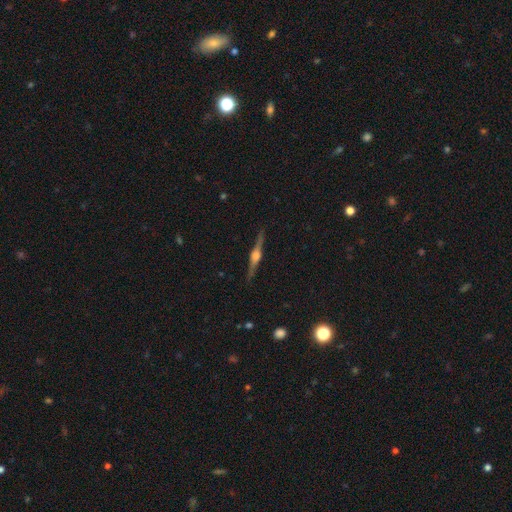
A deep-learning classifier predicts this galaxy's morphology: A featured or disk galaxy (83%) viewed edge-on (98%) with a rounded central bulge (84%). Merging: none (90%).